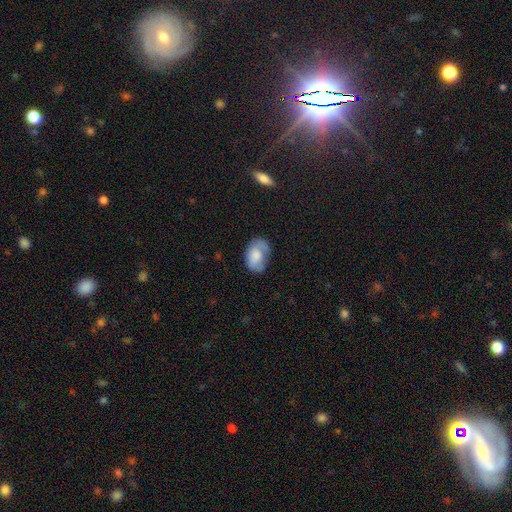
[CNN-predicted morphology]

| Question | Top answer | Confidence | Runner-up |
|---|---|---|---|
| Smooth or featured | smooth | 65% | featured or disk (28%) |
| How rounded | in between | 84% | round (15%) |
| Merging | none | 51% | minor disturbance (30%) |